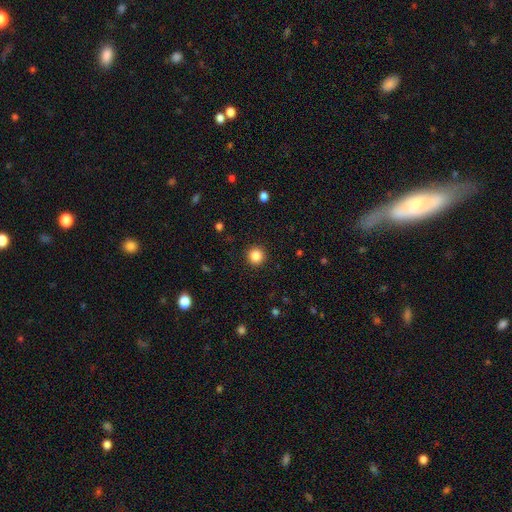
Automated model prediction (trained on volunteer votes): This appears to be a smooth galaxy with no disk features (85%) that is round (95%). Merging: none (93%).